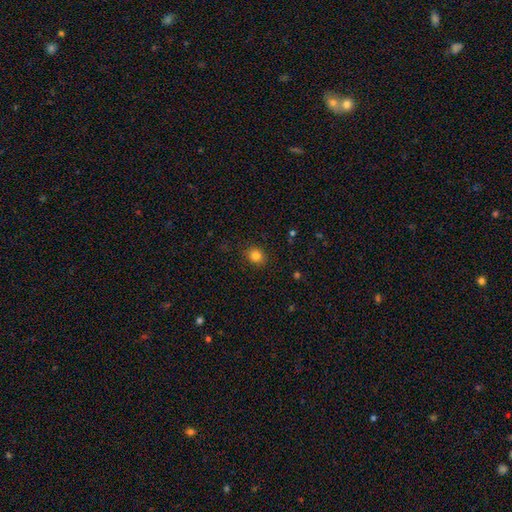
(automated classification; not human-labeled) Q: Smooth or featured?
A: smooth (82%); runner-up: star or artifact (12%)
Q: How rounded?
A: round (66%); runner-up: in between (33%)
Q: Merging?
A: none (88%); runner-up: minor disturbance (8%)